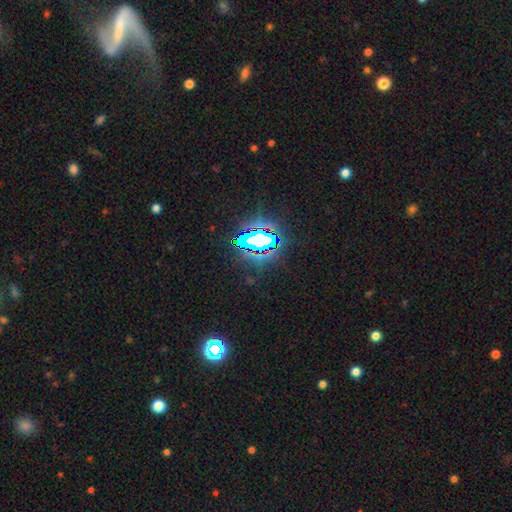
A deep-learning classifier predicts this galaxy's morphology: This is likely a star or artifact rather than a galaxy (74%).